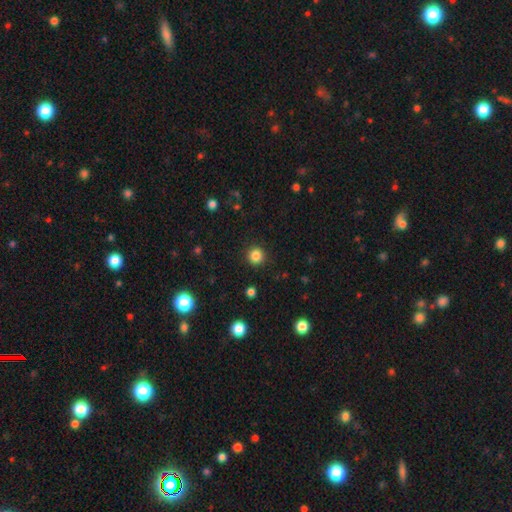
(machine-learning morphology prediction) smooth 84%, star or artifact 12%, featured or disk 4%. Down the decision tree: how rounded — round (94%); merging — none (92%).